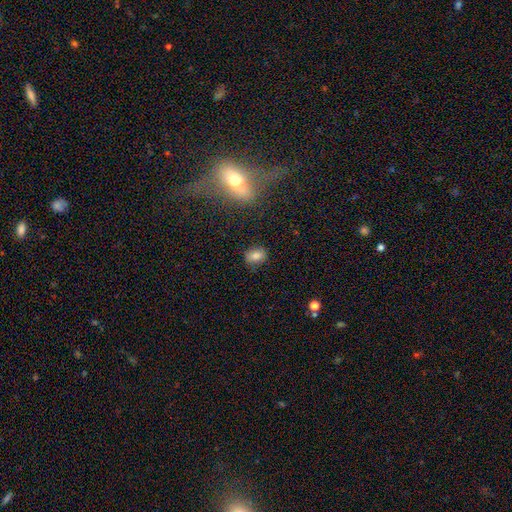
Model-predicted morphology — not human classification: A smooth galaxy with no disk features (79%) that is in between round and cigar-shaped (65%). Merging: none (83%).